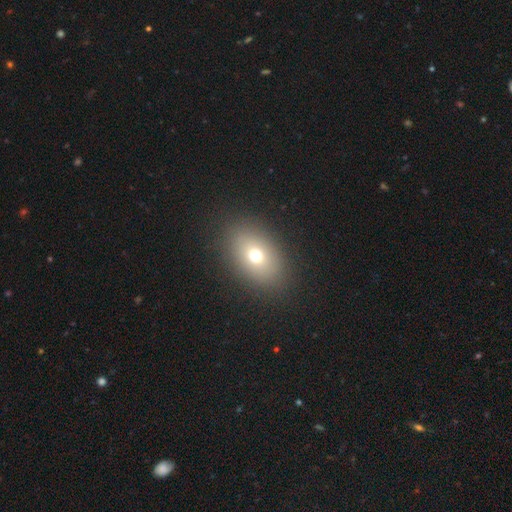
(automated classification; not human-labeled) Smooth or featured? Predicted: smooth (p=0.69). How rounded? Predicted: in between (p=0.73). Merging? Predicted: none (p=0.86).